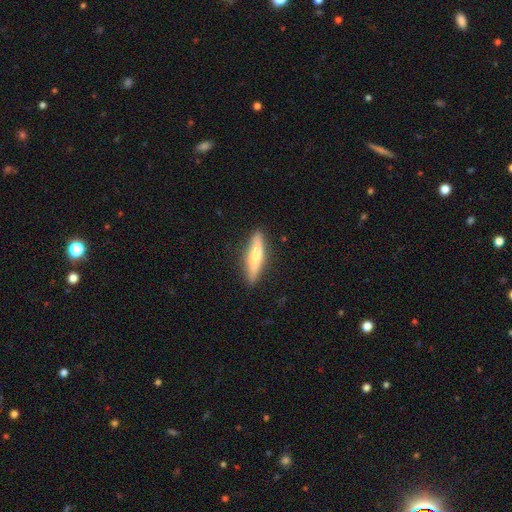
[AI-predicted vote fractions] Morphology: type=smooth (58%); roundness=cigar-shaped (83%); merging=none (85%).